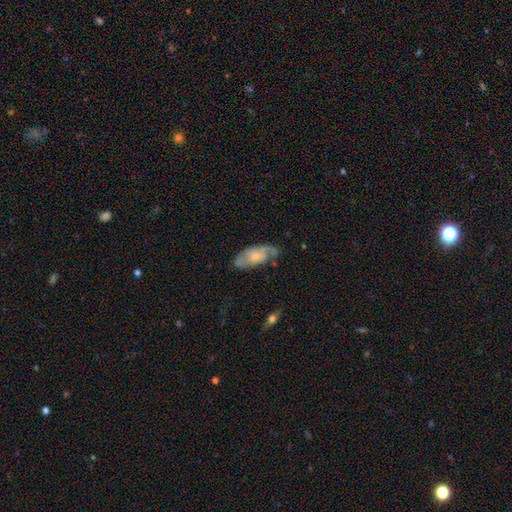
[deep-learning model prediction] Morphology: type=featured or disk (52%); edge-on=no (88%); merging=none (57%).